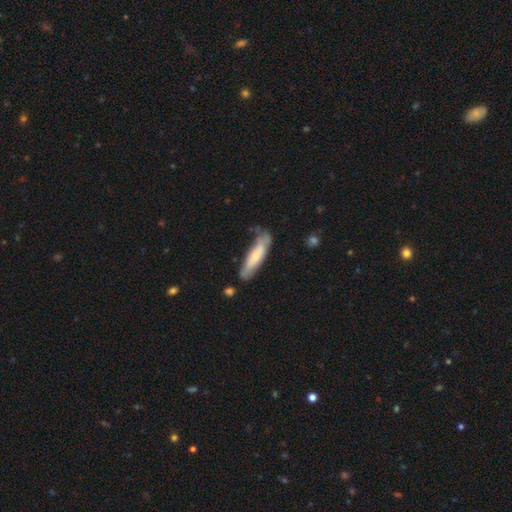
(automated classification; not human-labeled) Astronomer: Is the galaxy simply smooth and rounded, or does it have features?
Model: smooth — 58% (runner-up: featured or disk, 36%).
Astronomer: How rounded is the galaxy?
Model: cigar-shaped — 70%.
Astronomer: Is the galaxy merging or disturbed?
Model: none — 60%.